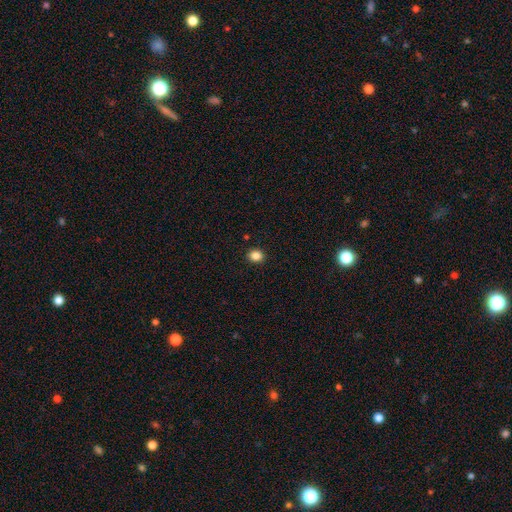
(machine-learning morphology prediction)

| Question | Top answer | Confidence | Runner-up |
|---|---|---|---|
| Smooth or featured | smooth | 85% | star or artifact (11%) |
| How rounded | round | 72% | in between (27%) |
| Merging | none | 91% | minor disturbance (6%) |